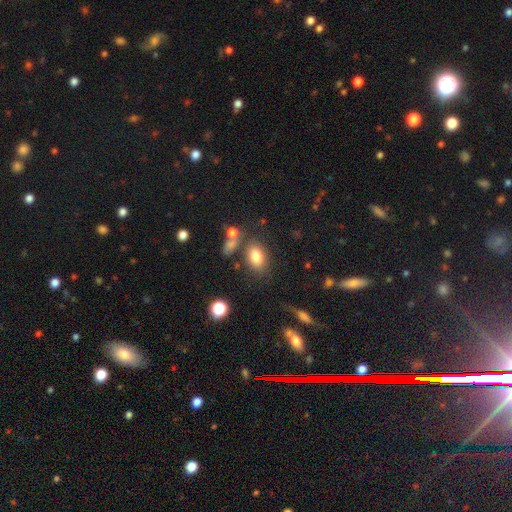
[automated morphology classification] Overall: smooth (80%). How rounded: in between (84%). Merging: none (70%).